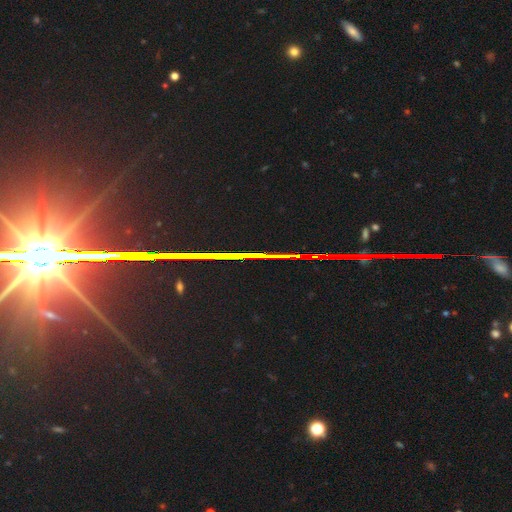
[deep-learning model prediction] Smooth or featured? Predicted: star or artifact (p=0.84).